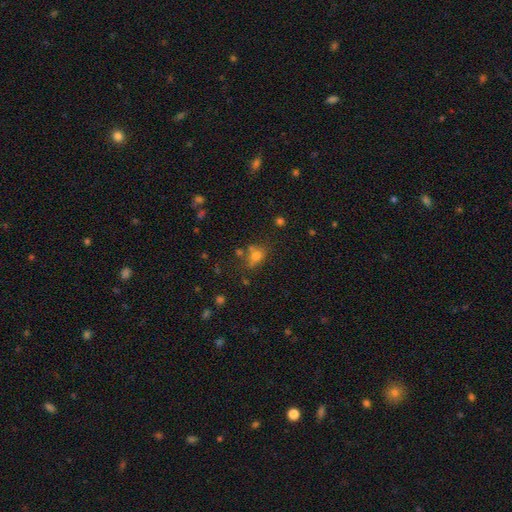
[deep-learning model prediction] The model was most divided on "how rounded": round: 57%, in between: 42%, cigar-shaped: 1%. More confident: smooth or featured — smooth (72%); merging — none (56%).